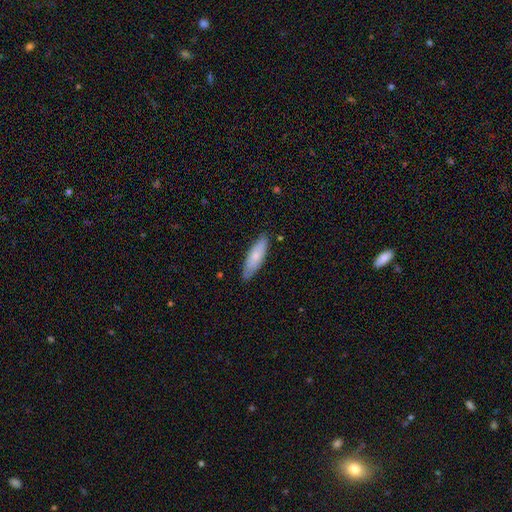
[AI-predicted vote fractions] Morphology: type=smooth (72%); roundness=cigar-shaped (52%); merging=none (82%).